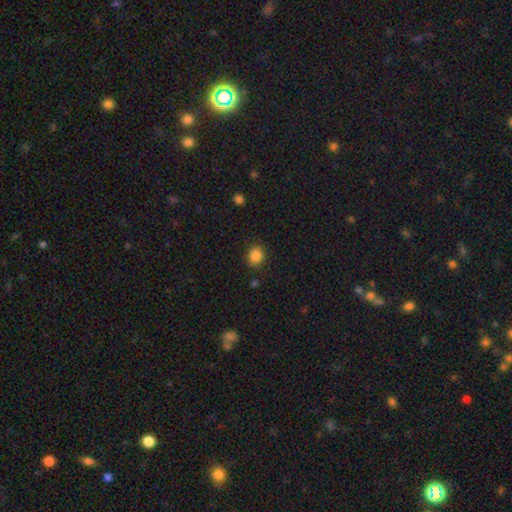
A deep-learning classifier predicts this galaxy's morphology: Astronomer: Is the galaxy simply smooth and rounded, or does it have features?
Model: smooth — 86%.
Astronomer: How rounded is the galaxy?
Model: round — 66%.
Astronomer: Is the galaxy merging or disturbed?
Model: none — 88%.